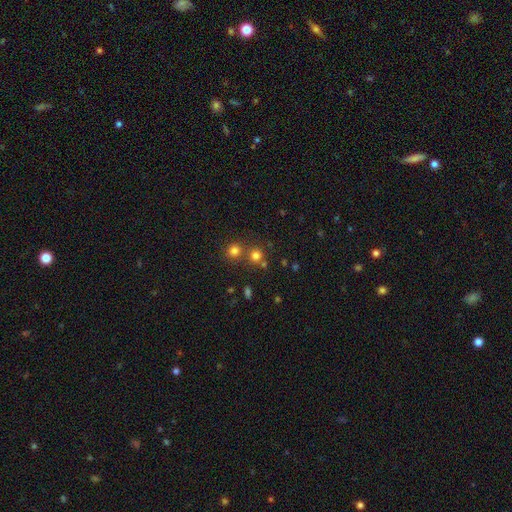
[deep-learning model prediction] Overall: smooth (74%). How rounded: round (90%). Merging: none (65%; merger 26%).